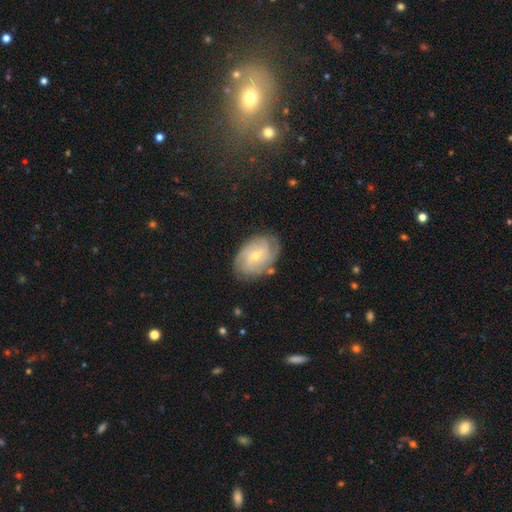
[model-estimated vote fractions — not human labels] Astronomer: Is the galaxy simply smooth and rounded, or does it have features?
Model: featured or disk — 78%.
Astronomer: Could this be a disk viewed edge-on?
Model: no — 97%.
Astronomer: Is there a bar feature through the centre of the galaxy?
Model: weak — 53% (runner-up: no, 32%).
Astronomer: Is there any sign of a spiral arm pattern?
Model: yes — 93%.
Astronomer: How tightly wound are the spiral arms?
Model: tight — 56% (runner-up: medium, 33%).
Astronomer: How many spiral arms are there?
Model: can't tell — 28% (runner-up: 3, 24%).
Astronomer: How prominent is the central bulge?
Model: small — 63%.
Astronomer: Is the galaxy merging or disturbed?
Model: none — 78%.